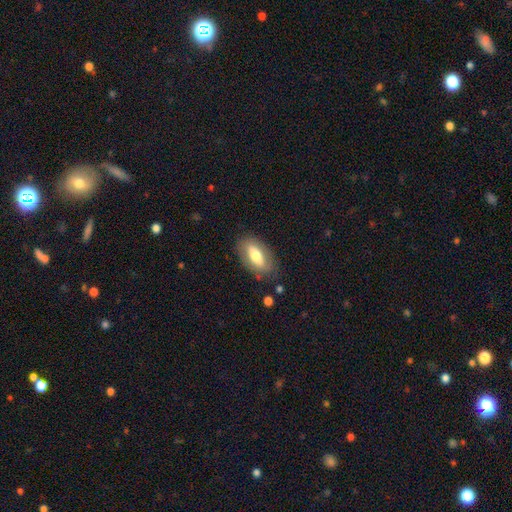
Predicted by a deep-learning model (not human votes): Smooth or featured? Predicted: smooth (p=0.62). How rounded? Predicted: in between (p=0.85). Merging? Predicted: none (p=0.80).